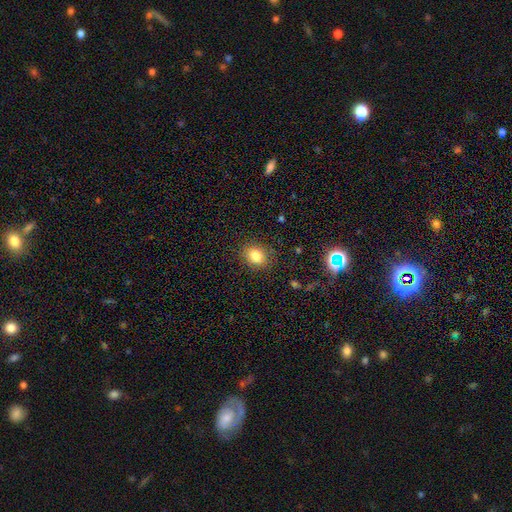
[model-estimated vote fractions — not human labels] Smooth or featured: smooth — 81% (star or artifact — 12%)
How rounded: round — 60% (in between — 39%)
Merging: none — 85% (minor disturbance — 10%)